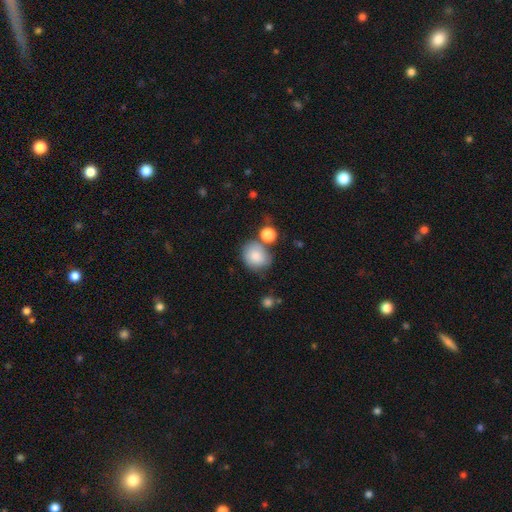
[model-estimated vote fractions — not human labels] This is likely a smooth galaxy (79%). How rounded: likely round (62%). Merging: possibly none (54%).